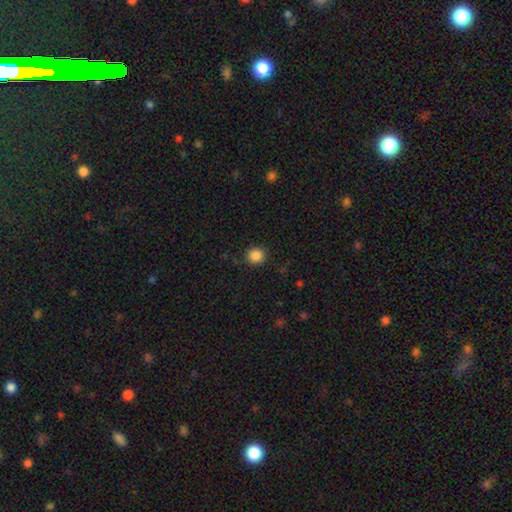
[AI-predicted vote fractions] Morphology: type=smooth (87%); roundness=round (91%); merging=none (90%).